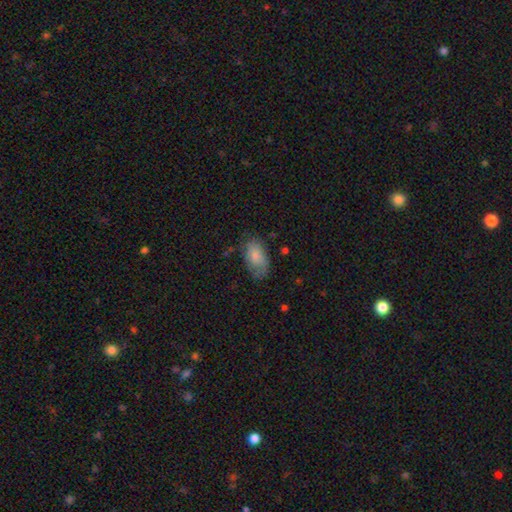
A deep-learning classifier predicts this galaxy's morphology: type=smooth (76%); roundness=in between (93%); merging=none (60%).